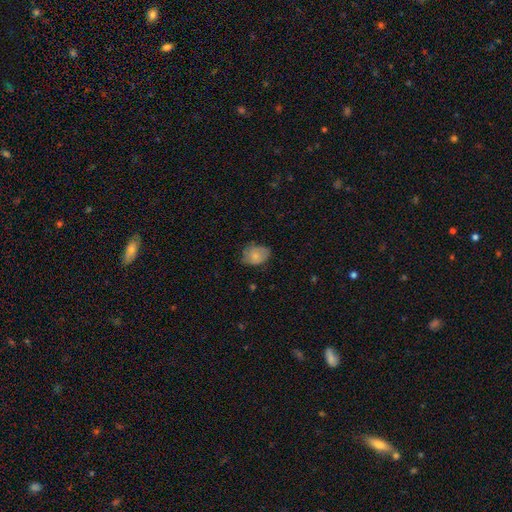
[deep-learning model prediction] This appears to be a smooth galaxy with no disk features (74%) that is in between round and cigar-shaped (64%). Merging: none (61%).